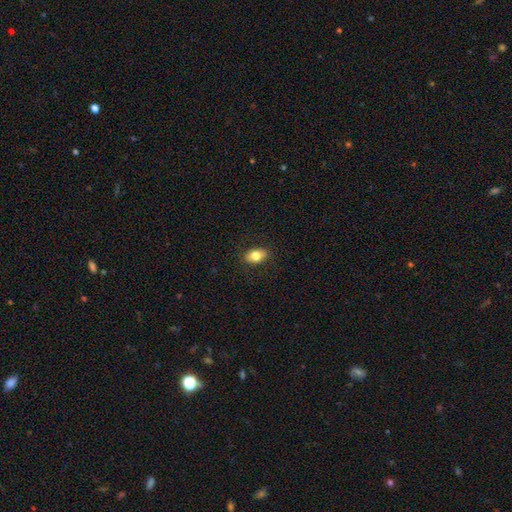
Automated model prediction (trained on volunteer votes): This is likely a smooth galaxy (79%). How rounded: clearly in between (83%). Merging: clearly none (86%).